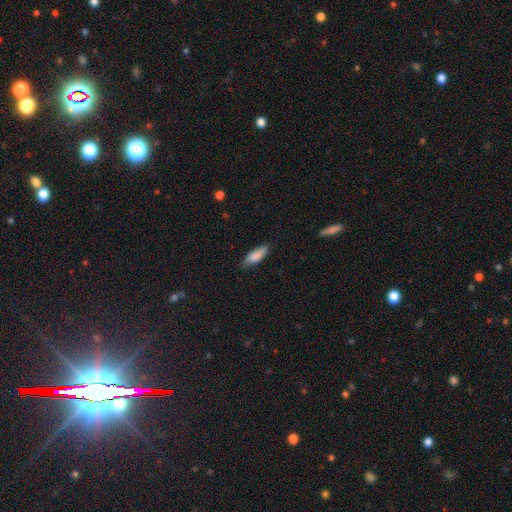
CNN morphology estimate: smooth 82%, featured or disk 12%, star or artifact 6%. Down the decision tree: how rounded — in between (57%); merging — none (75%).